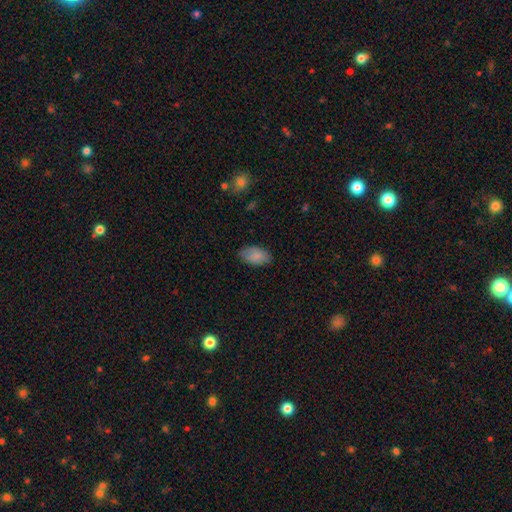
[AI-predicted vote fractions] Smooth or featured: smooth — 87% (star or artifact — 7%)
How rounded: in between — 94% (round — 4%)
Merging: none — 81% (minor disturbance — 15%)